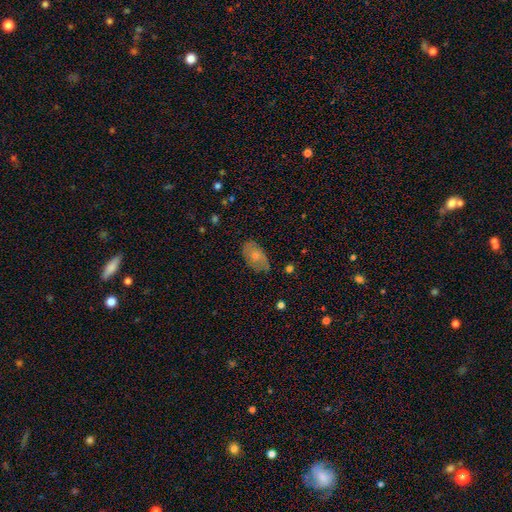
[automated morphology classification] This is likely a smooth galaxy (64%). How rounded: clearly in between (92%). Merging: likely none (71%).